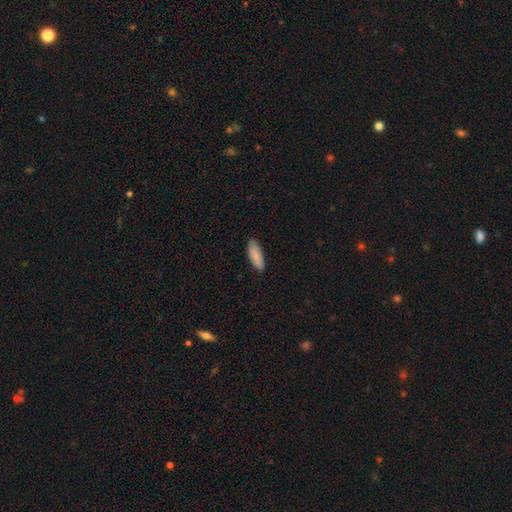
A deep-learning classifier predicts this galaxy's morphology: Smooth or featured: smooth — 87% (featured or disk — 8%)
How rounded: in between — 67% (cigar-shaped — 31%)
Merging: none — 84% (minor disturbance — 13%)